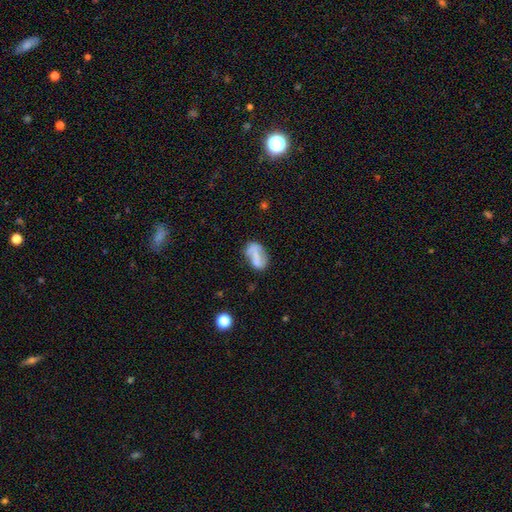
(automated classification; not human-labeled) Smooth or featured: smooth — 54% (featured or disk — 37%)
How rounded: in between — 86% (round — 11%)
Merging: none — 44% (minor disturbance — 26%)